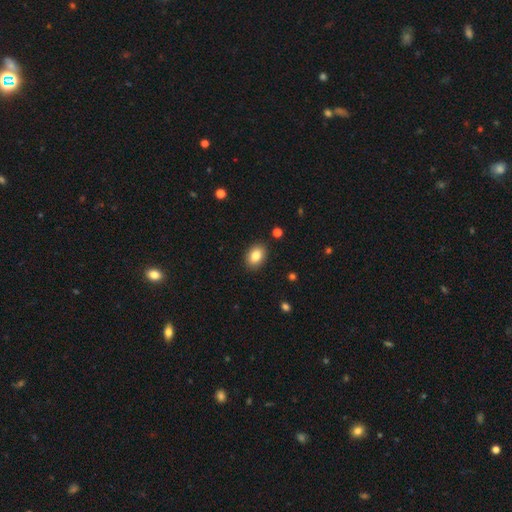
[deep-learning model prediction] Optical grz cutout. It shows a smooth galaxy with no disk features (84%) that is in between round and cigar-shaped (77%). Merging: none (89%).